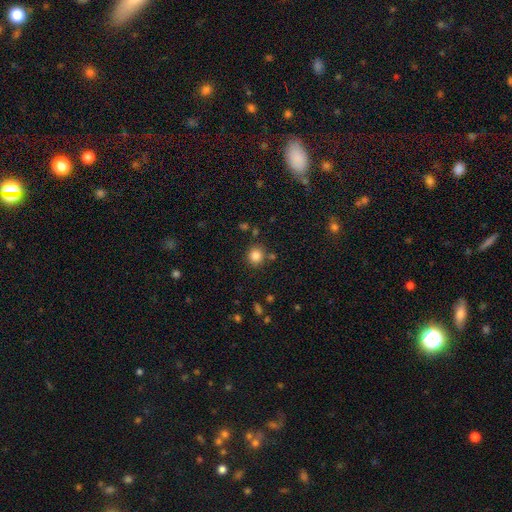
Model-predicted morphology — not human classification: This appears to be a smooth galaxy with no disk features (83%) that is round (88%). Merging: none (83%).